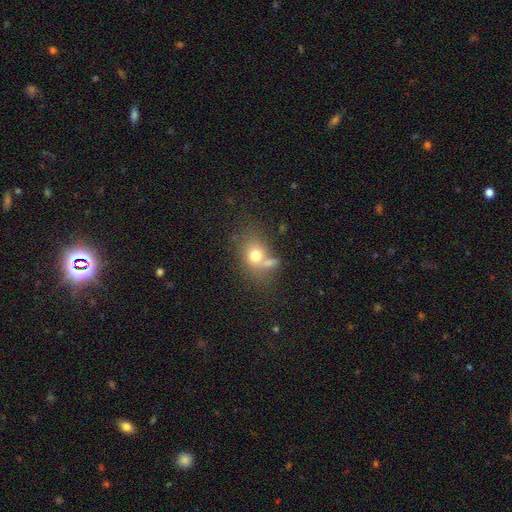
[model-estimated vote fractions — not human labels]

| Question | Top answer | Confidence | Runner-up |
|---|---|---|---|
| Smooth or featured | smooth | 71% | featured or disk (17%) |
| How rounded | round | 52% | in between (47%) |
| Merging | none | 43% | merger (34%) |